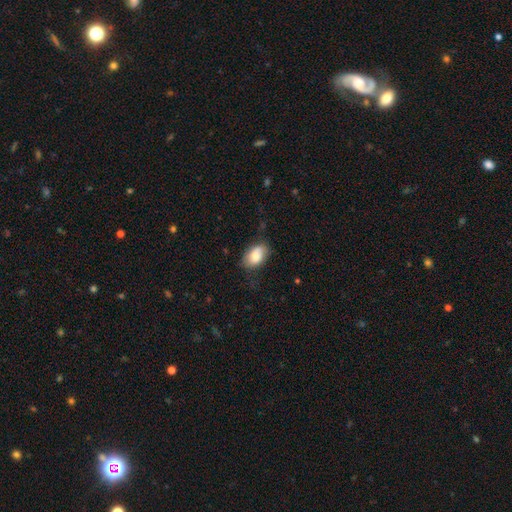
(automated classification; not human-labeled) smooth 79%, featured or disk 14%, star or artifact 7%. Down the decision tree: how rounded — in between (89%); merging — none (71%).